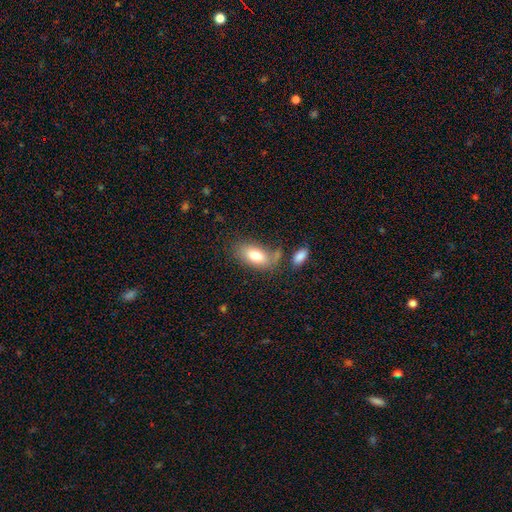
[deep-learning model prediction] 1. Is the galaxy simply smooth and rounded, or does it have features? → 77% smooth, 15% featured or disk, 8% star or artifact.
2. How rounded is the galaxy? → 90% in between, 5% round, 5% cigar-shaped.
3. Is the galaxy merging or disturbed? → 62% none, 18% minor disturbance, 14% merger, 6% major disturbance.